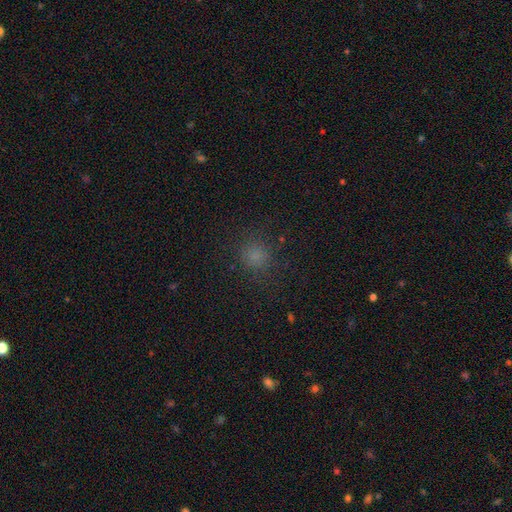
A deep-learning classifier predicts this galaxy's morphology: type=smooth (75%); roundness=round (88%); merging=none (84%).